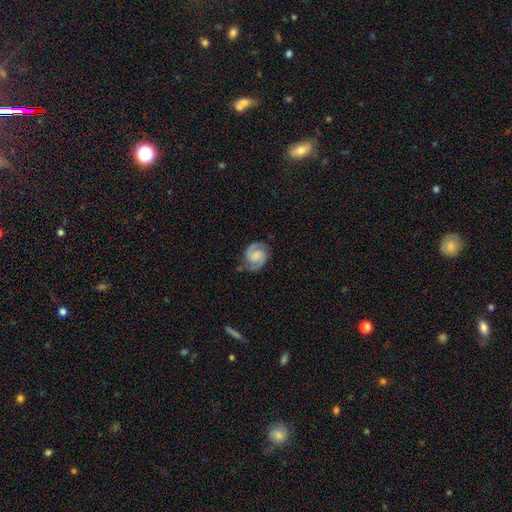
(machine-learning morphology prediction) Overall: featured or disk (85%). Edge-on disk: no (98%). Bar: no (46%; weak 43%). Spiral arms: yes (98%). Spiral arm count: 2 (93%). Spiral winding: medium (52%; tight 36%). Bulge size: none (35%; small 29%). Merging: none (79%).